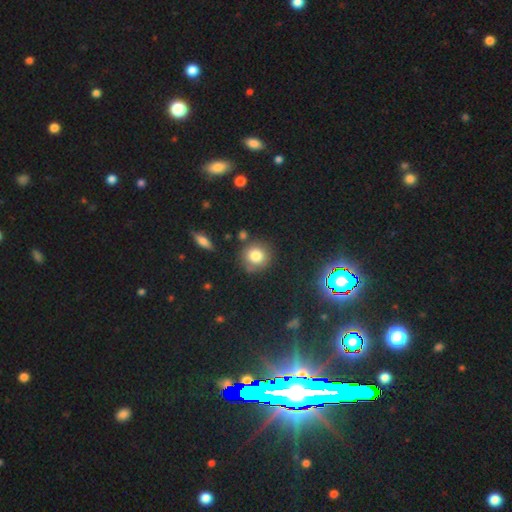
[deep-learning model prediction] Smooth or featured: smooth — 79% (star or artifact — 13%)
How rounded: round — 88% (in between — 11%)
Merging: none — 78% (minor disturbance — 13%)